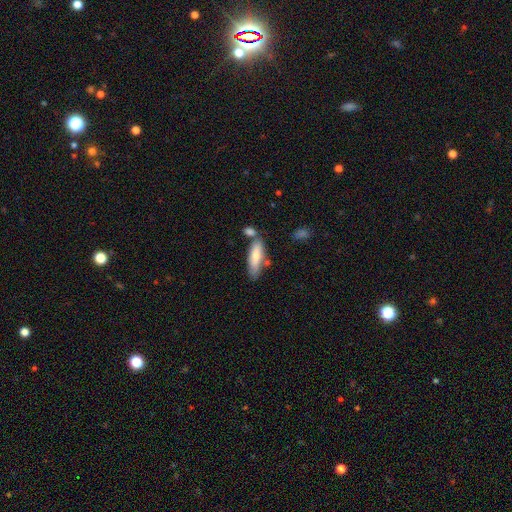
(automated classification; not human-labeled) Q: Smooth or featured?
A: smooth (74%); runner-up: featured or disk (20%)
Q: How rounded?
A: in between (50%); runner-up: cigar-shaped (48%)
Q: Merging?
A: none (59%); runner-up: minor disturbance (19%)